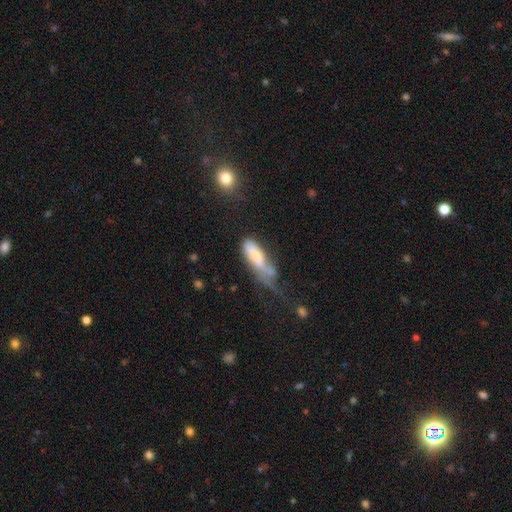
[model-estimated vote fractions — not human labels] Overall: smooth (64%; featured or disk 28%). How rounded: in between (59%; cigar-shaped 39%). Merging: major disturbance (39%; minor disturbance 23%).